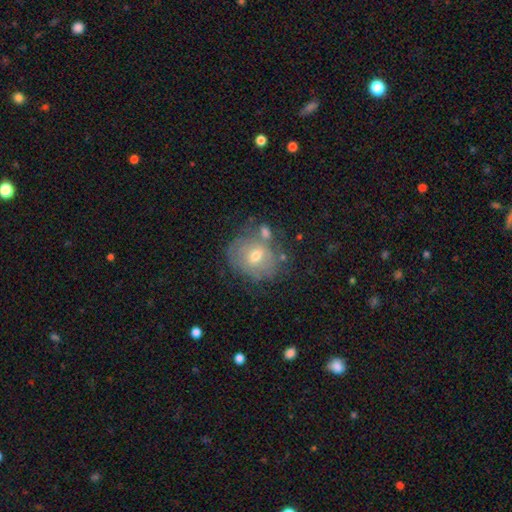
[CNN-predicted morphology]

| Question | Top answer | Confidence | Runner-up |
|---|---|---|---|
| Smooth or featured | featured or disk | 46% | smooth (45%) |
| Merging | none | 53% | minor disturbance (22%) |